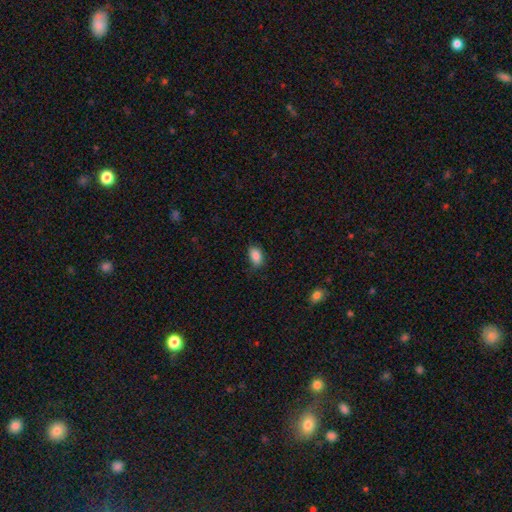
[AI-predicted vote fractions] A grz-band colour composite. It shows a smooth galaxy with no disk features (87%) that is in between round and cigar-shaped (90%). Merging: none (80%).